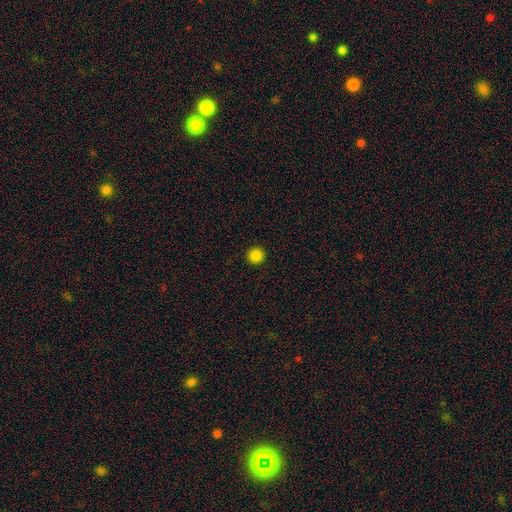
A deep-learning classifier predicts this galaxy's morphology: The model was most divided on "smooth or featured": smooth: 85%, star or artifact: 12%, featured or disk: 3%. More confident: how rounded — round (96%); merging — none (94%).